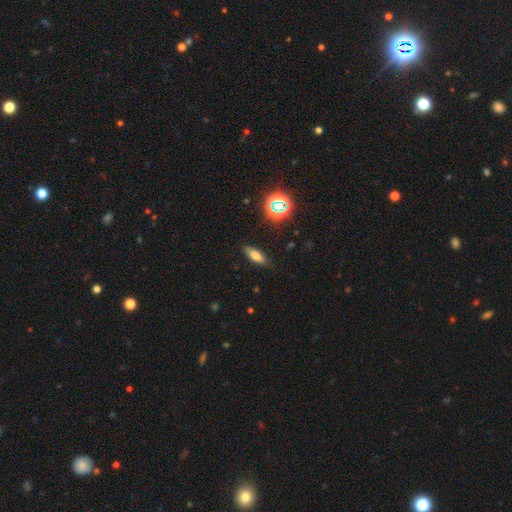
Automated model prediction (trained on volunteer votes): Overall: smooth (69%). How rounded: in between (61%; cigar-shaped 35%). Merging: none (85%).